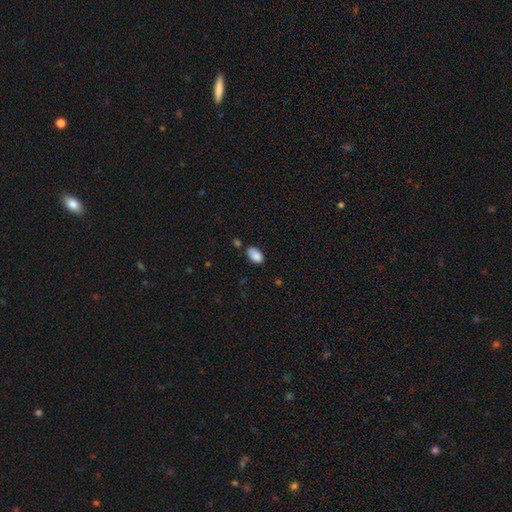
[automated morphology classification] smooth 87%, star or artifact 8%, featured or disk 5%. Down the decision tree: how rounded — in between (93%); merging — none (65%).